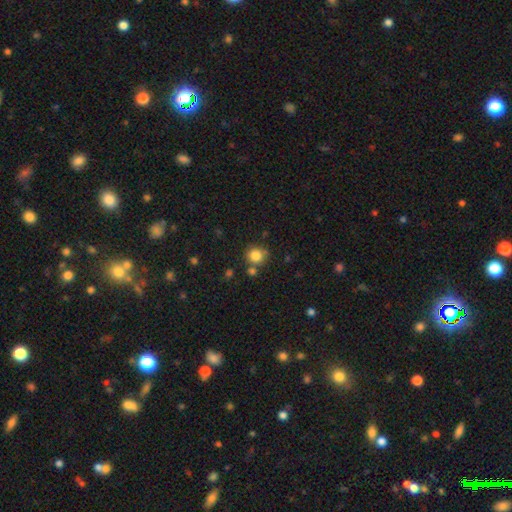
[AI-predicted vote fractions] Smooth or featured? smooth (83%)
How rounded? round (81%)
Merging? none (69%)